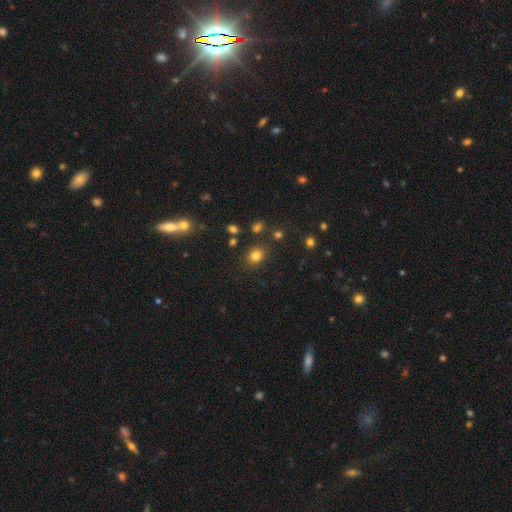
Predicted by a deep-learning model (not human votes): Smooth or featured? Predicted: smooth (p=0.80). How rounded? Predicted: round (p=0.67). Merging? Predicted: none (p=0.84).